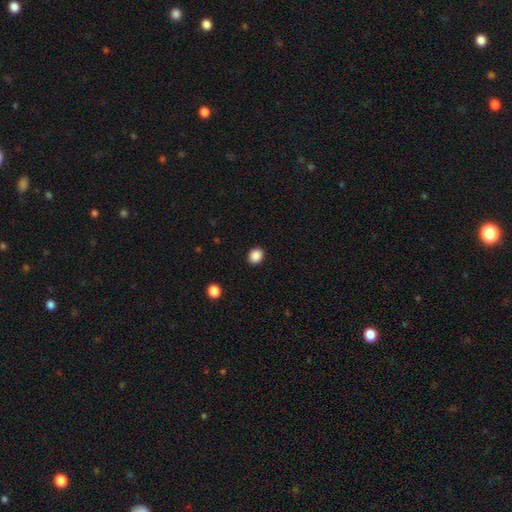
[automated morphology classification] Q: Smooth or featured?
A: smooth (88%); runner-up: star or artifact (9%)
Q: How rounded?
A: round (70%); runner-up: in between (29%)
Q: Merging?
A: none (91%); runner-up: minor disturbance (6%)